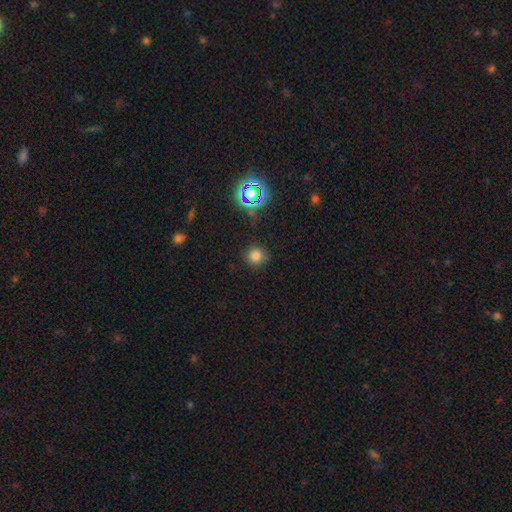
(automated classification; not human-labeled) A smooth galaxy with no disk features (75%) that is round (92%). Merging: none (83%).